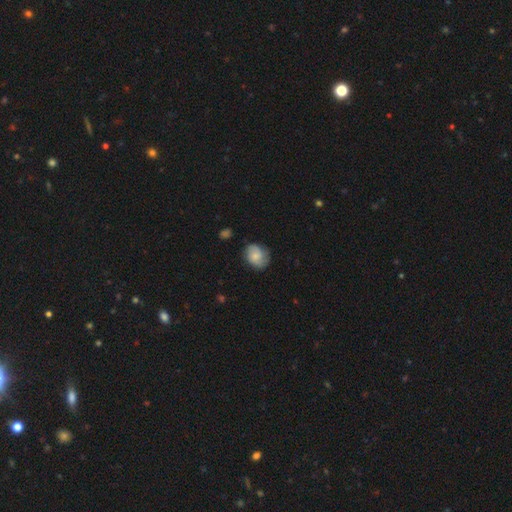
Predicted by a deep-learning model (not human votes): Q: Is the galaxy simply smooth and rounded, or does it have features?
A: smooth — 65%.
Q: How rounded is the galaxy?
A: round — 54%.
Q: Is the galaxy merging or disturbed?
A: none — 69%.